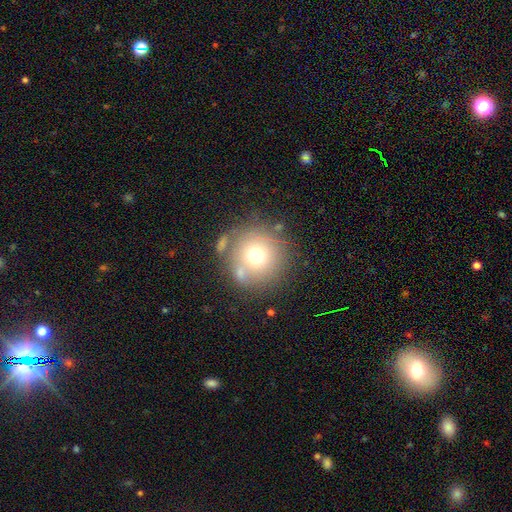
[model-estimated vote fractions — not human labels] smooth_or_featured: smooth (p=0.70) [alt: featured or disk p=0.17]
how_rounded: round (p=0.94) [alt: in between p=0.05]
merging: none (p=0.73) [alt: minor disturbance p=0.12]